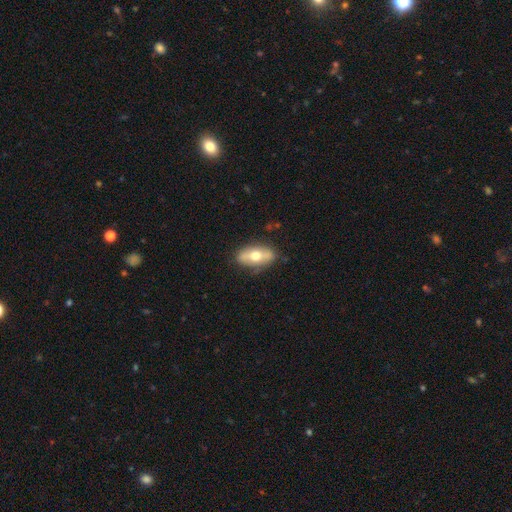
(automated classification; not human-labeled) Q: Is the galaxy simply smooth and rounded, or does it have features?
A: smooth — 52%.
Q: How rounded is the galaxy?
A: in between — 86%.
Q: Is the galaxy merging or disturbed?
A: none — 81%.